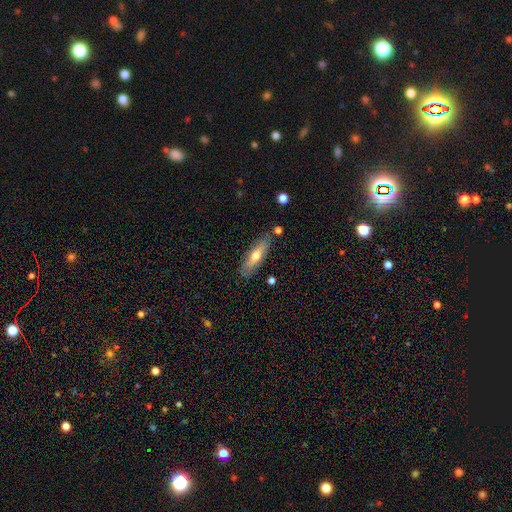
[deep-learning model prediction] This is possibly a smooth galaxy (59%). How rounded: possibly cigar-shaped (60%). Merging: clearly none (81%).